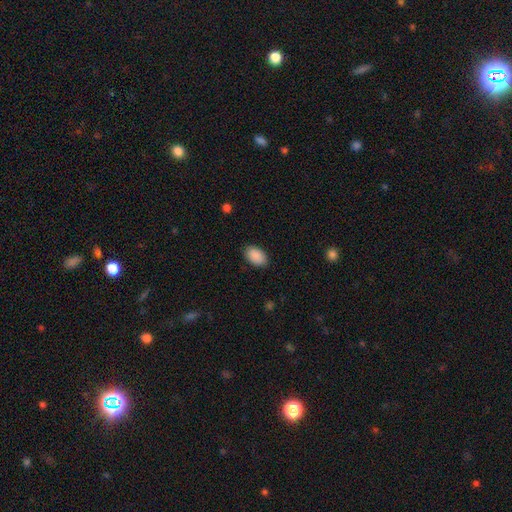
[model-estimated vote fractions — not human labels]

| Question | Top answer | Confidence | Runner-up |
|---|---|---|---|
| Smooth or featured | smooth | 91% | star or artifact (7%) |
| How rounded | in between | 92% | round (7%) |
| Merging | none | 87% | minor disturbance (9%) |